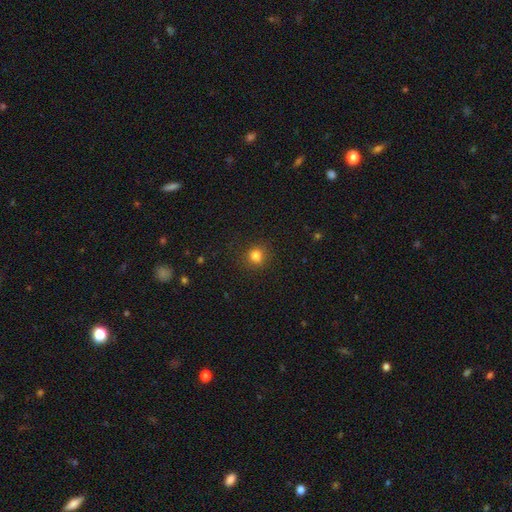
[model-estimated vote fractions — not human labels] This is clearly a smooth galaxy (81%). How rounded: clearly round (83%). Merging: clearly none (85%).